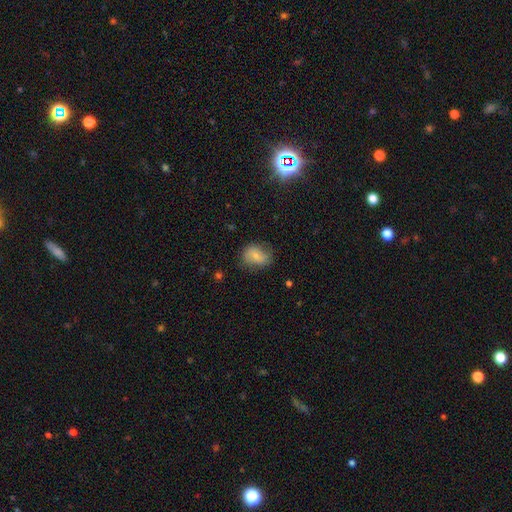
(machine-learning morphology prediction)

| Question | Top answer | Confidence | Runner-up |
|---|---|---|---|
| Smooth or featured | smooth | 72% | featured or disk (19%) |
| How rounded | in between | 58% | round (40%) |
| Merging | none | 66% | minor disturbance (24%) |